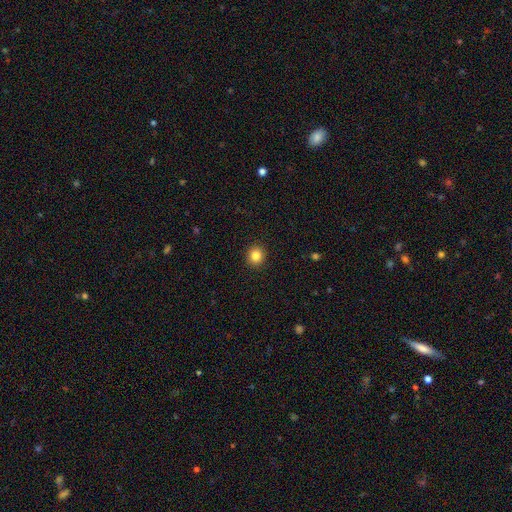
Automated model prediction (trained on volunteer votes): This appears to be a smooth galaxy with no disk features (84%) that is round (88%). Merging: none (92%).